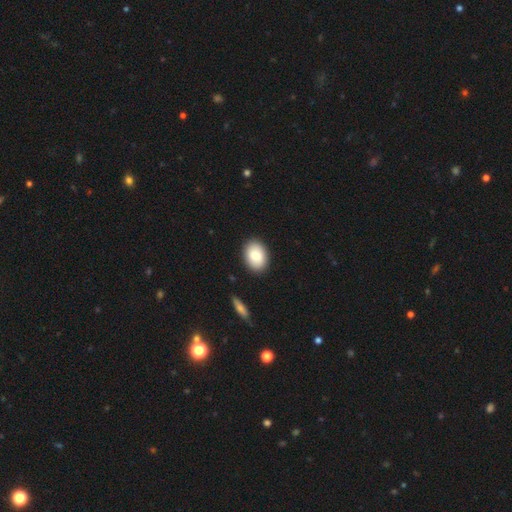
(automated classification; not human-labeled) This is clearly a smooth galaxy (83%). How rounded: likely in between (78%). Merging: clearly none (89%).